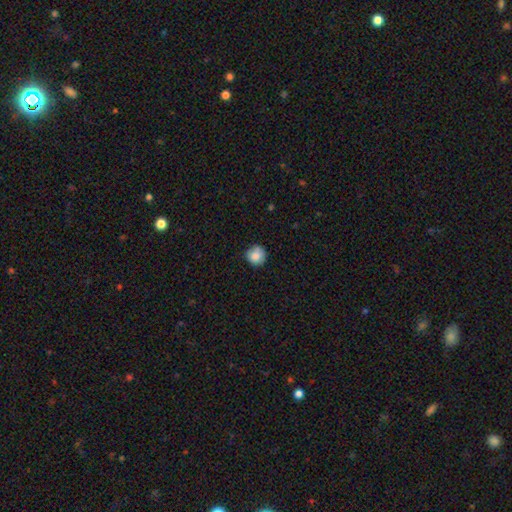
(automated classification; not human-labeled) The model was most divided on "merging": none: 79%, minor disturbance: 17%, major disturbance: 3%, merger: 1%. More confident: how rounded — round (93%); smooth or featured — smooth (83%).